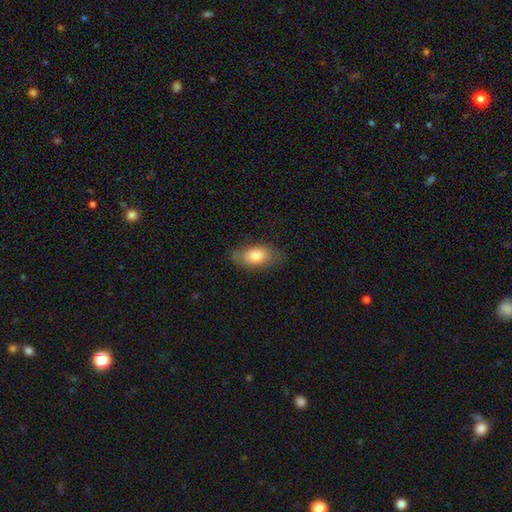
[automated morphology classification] Smooth or featured? Predicted: smooth (p=0.77). How rounded? Predicted: in between (p=0.89). Merging? Predicted: none (p=0.73).